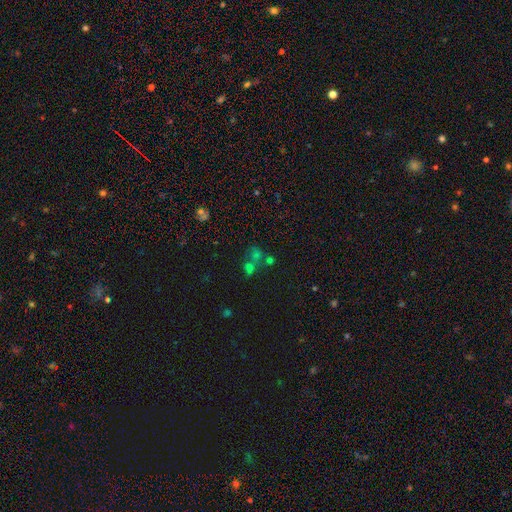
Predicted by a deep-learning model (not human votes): Overall: star or artifact (45%; smooth 38%).